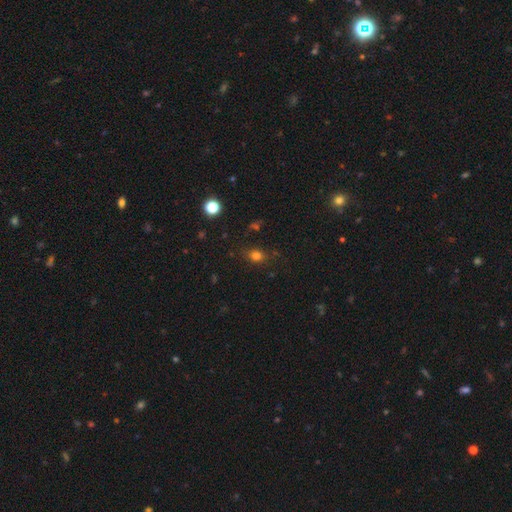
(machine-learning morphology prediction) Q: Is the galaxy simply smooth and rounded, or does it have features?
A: smooth — 76%.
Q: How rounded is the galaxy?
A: round — 50%.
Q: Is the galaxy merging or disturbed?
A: none — 80%.